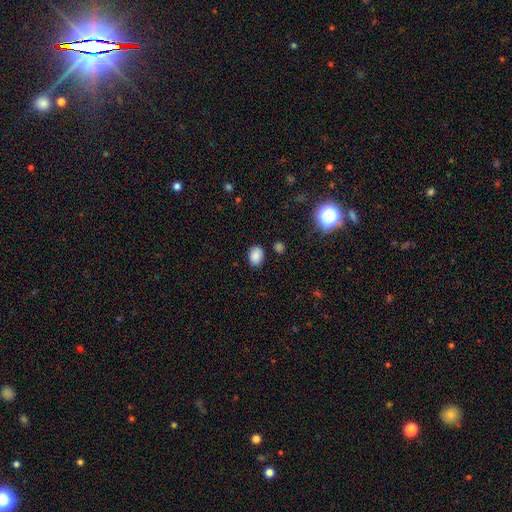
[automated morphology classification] smooth-or-featured: smooth: 85% | star or artifact: 11% | featured or disk: 4%
  how-rounded: in between: 67% | round: 32% | cigar-shaped: 1%
  merging: none: 81% | minor disturbance: 13% | merger: 3% | major disturbance: 3%